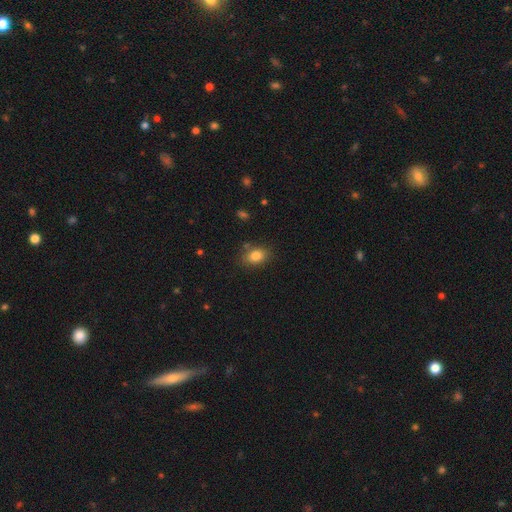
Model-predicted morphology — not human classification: Q: Smooth or featured?
A: smooth (83%); runner-up: star or artifact (10%)
Q: How rounded?
A: in between (73%); runner-up: round (26%)
Q: Merging?
A: none (80%); runner-up: minor disturbance (13%)